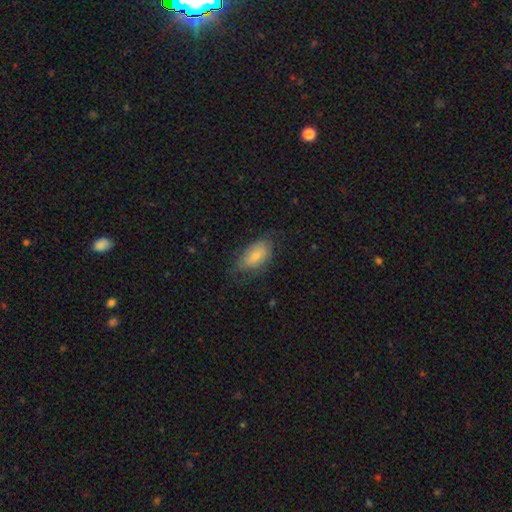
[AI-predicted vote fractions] Q: Smooth or featured?
A: smooth (72%); runner-up: featured or disk (21%)
Q: How rounded?
A: in between (92%); runner-up: round (5%)
Q: Merging?
A: none (63%); runner-up: minor disturbance (26%)